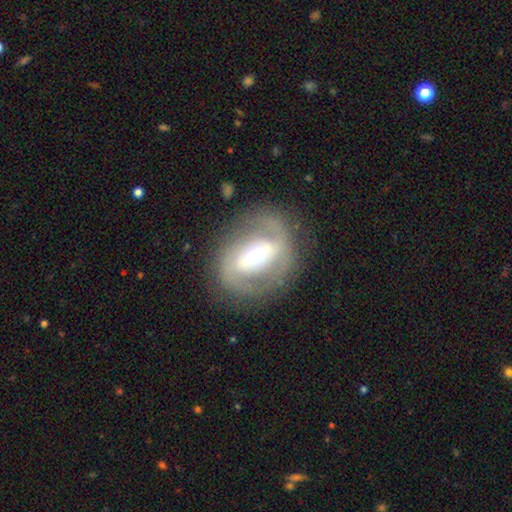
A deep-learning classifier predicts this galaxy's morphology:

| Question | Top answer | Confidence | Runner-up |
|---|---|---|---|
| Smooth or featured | featured or disk | 74% | smooth (19%) |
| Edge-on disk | no | 95% | yes (5%) |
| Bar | strong | 45% | weak (33%) |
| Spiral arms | yes | 67% | no (33%) |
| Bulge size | moderate | 67% | large (16%) |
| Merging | none | 76% | minor disturbance (14%) |